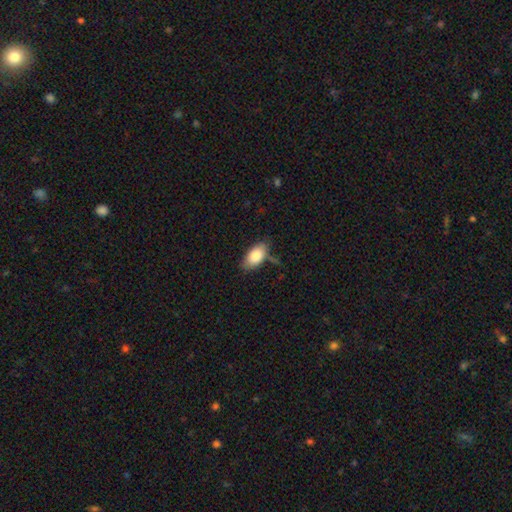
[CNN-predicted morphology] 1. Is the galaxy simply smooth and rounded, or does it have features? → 83% smooth, 10% featured or disk, 7% star or artifact.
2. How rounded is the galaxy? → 92% in between, 4% cigar-shaped, 4% round.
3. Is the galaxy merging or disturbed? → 70% none, 20% minor disturbance, 5% major disturbance, 5% merger.